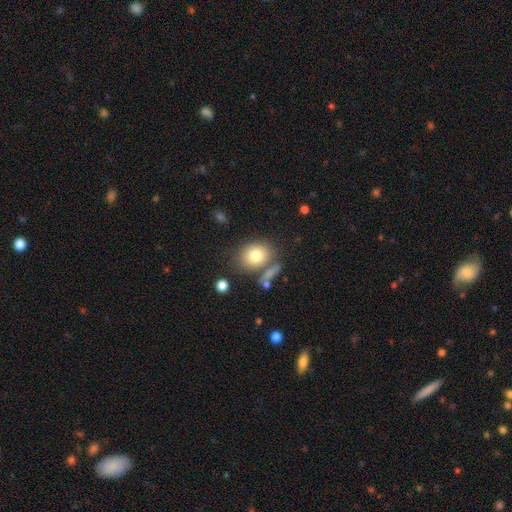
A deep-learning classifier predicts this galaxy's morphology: A smooth galaxy with no disk features (79%) that is in between round and cigar-shaped (52%). Merging: none (64%).